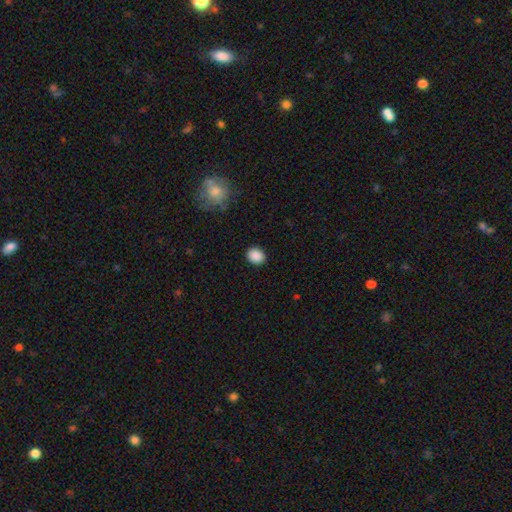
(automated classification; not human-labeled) smooth_or_featured: smooth (p=0.89) [alt: star or artifact p=0.09]
how_rounded: round (p=0.58) [alt: in between p=0.41]
merging: none (p=0.89) [alt: minor disturbance p=0.08]